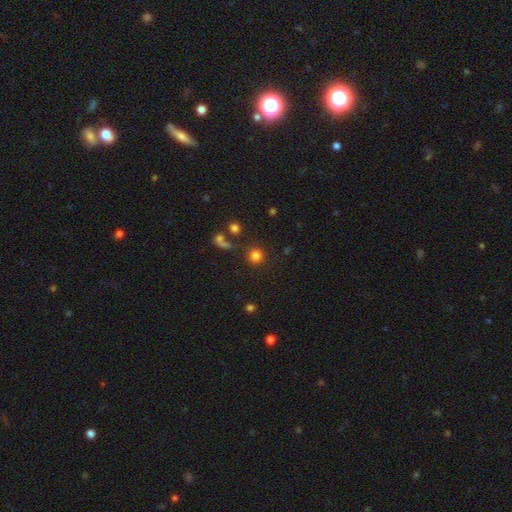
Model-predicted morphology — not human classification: This appears to be a smooth galaxy with no disk features (81%) that is round (93%). Merging: none (83%).